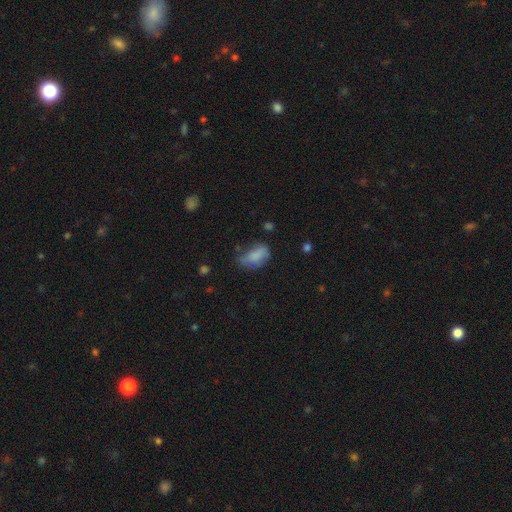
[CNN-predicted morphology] smooth 77%, featured or disk 13%, star or artifact 10%. Down the decision tree: how rounded — in between (90%); merging — none (44%).